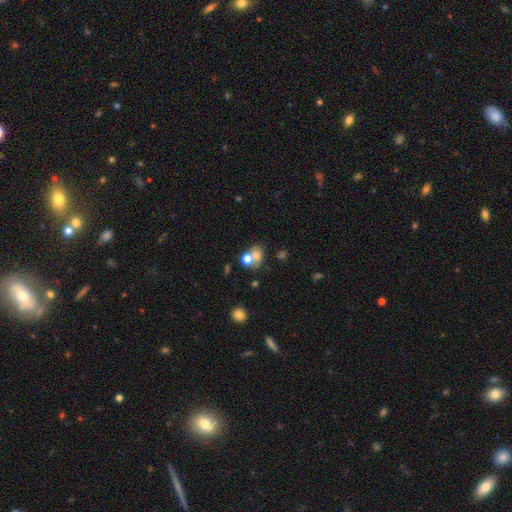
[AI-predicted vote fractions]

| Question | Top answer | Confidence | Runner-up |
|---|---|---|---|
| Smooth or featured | smooth | 67% | featured or disk (22%) |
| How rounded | round | 53% | in between (46%) |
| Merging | merger | 53% | none (32%) |